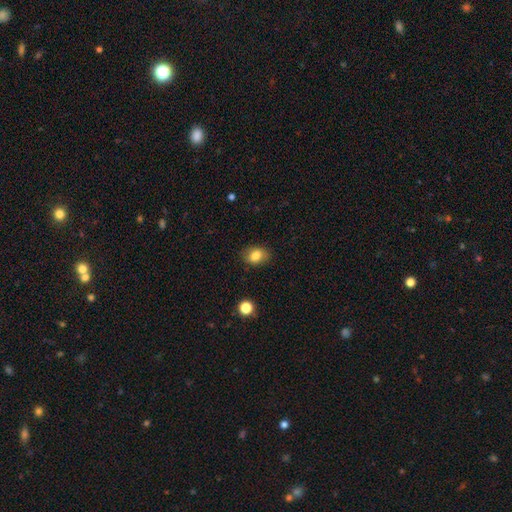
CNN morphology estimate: Q: Smooth or featured?
A: smooth (82%); runner-up: star or artifact (10%)
Q: How rounded?
A: in between (64%); runner-up: round (35%)
Q: Merging?
A: none (84%); runner-up: minor disturbance (12%)